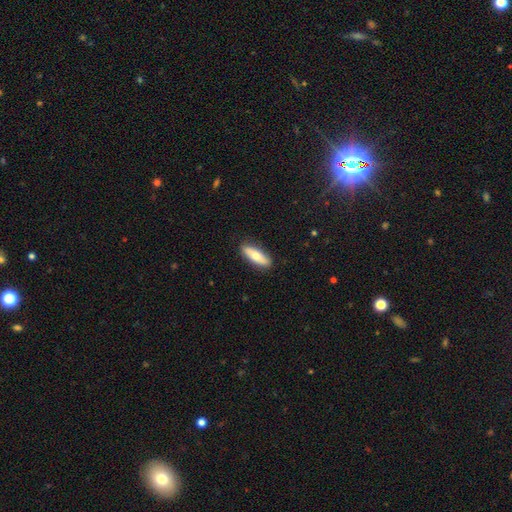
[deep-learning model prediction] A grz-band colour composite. It shows a smooth galaxy with no disk features (67%) that is in between round and cigar-shaped (55%). Merging: none (88%).